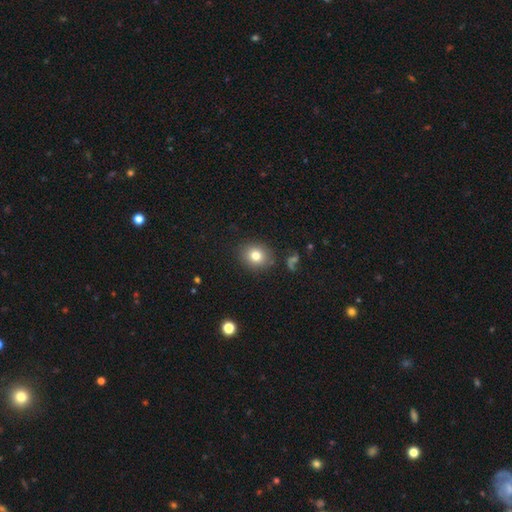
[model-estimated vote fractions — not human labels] A smooth galaxy with no disk features (78%) that is round (77%).

Vote fractions:
- Smooth or featured? smooth: 78% / star or artifact: 12% / featured or disk: 10%
- How rounded? round: 77% / in between: 22% / cigar-shaped: 1%
- Merging? none: 86% / minor disturbance: 8% / major disturbance: 3% / merger: 2%